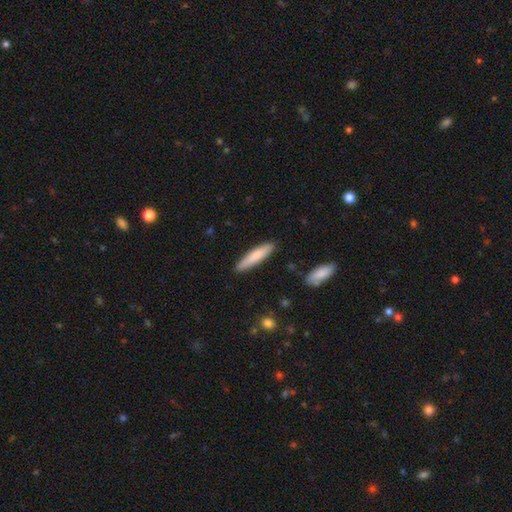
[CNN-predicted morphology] smooth 78%, featured or disk 17%, star or artifact 5%. Down the decision tree: how rounded — cigar-shaped (84%); merging — none (88%).